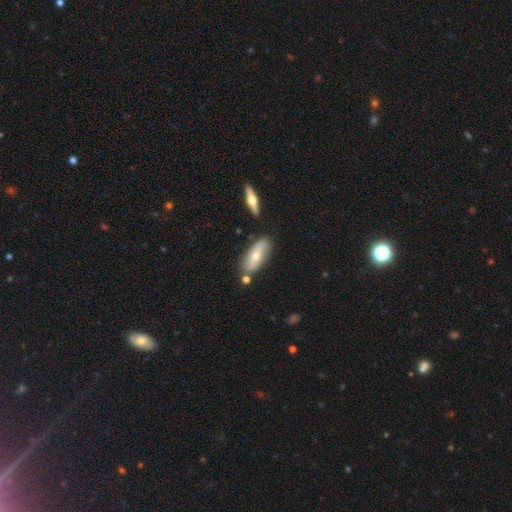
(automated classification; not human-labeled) Q: Smooth or featured?
A: smooth (54%); runner-up: featured or disk (40%)
Q: How rounded?
A: in between (68%); runner-up: cigar-shaped (29%)
Q: Merging?
A: none (75%); runner-up: minor disturbance (14%)